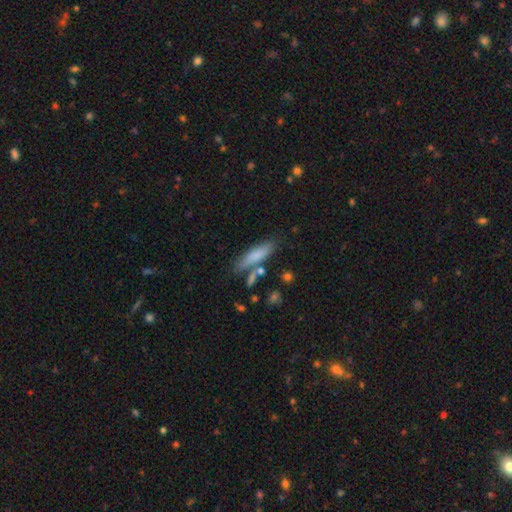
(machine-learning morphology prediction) This appears to be a smooth galaxy with no disk features (76%) that is cigar-shaped (70%). Merging: none (71%).